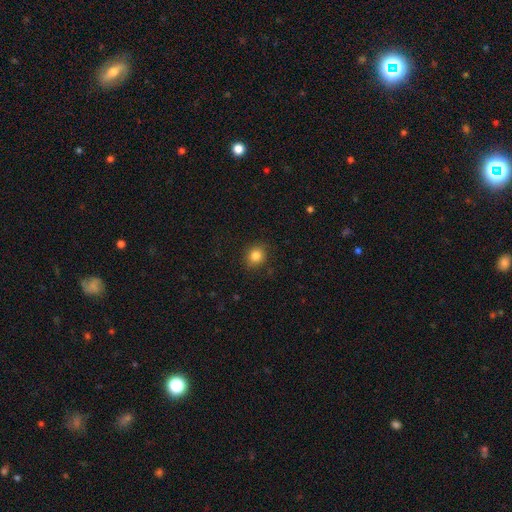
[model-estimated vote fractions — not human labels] A smooth galaxy with no disk features (84%) that is round (78%). Merging: none (87%).